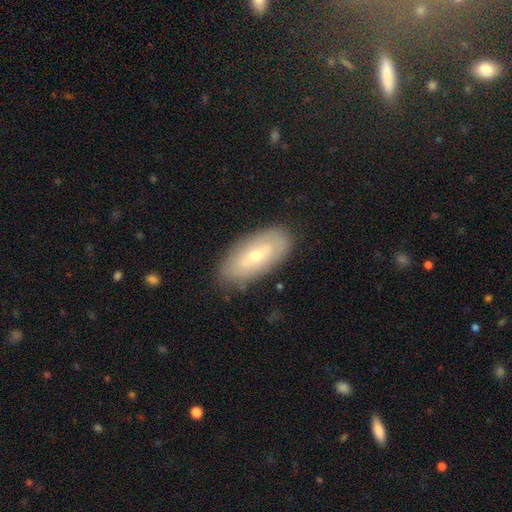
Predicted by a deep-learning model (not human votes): This appears to be a featured or disk galaxy (48%). Merging: none (83%).